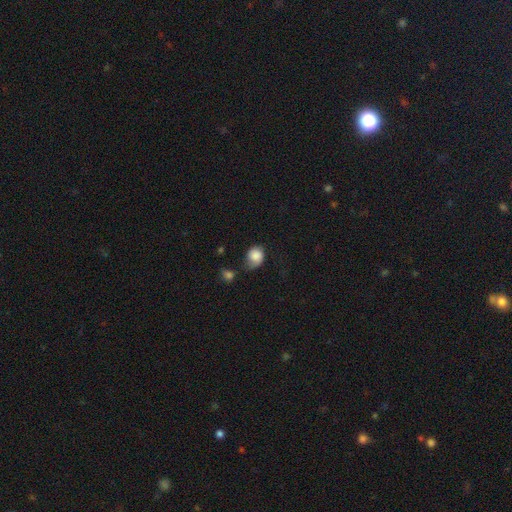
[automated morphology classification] Smooth or featured? smooth (81%)
How rounded? round (63%)
Merging? minor disturbance (35%)